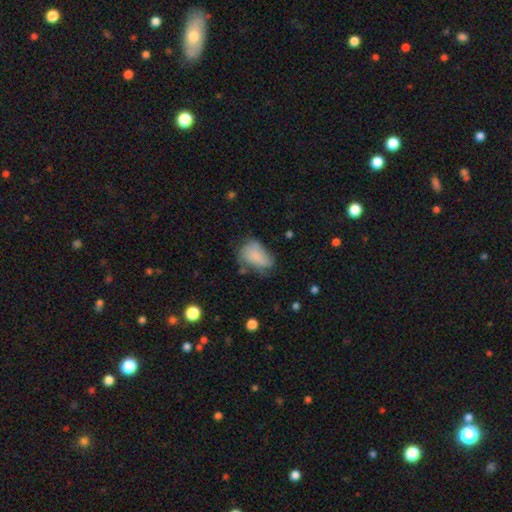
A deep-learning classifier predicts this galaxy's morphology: smooth 74%, featured or disk 17%, star or artifact 9%. Down the decision tree: how rounded — in between (85%); merging — none (38%).